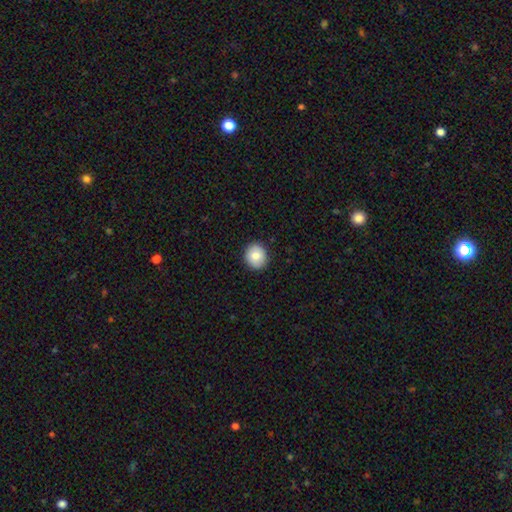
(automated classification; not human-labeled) This is clearly a smooth galaxy (83%). How rounded: likely round (78%). Merging: clearly none (90%).